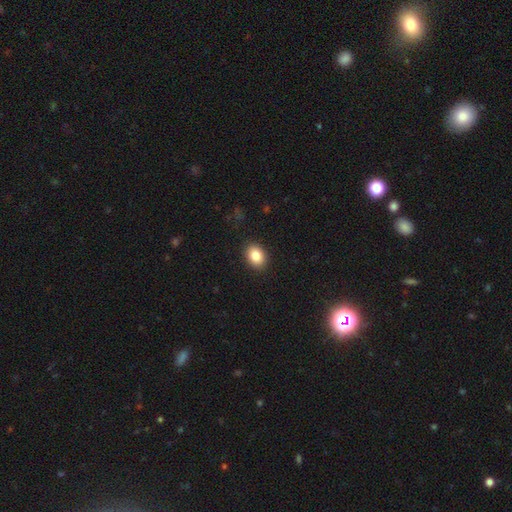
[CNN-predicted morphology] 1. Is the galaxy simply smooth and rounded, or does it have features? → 86% smooth, 8% star or artifact, 6% featured or disk.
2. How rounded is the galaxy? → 71% in between, 28% round, 1% cigar-shaped.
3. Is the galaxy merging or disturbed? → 90% none, 7% minor disturbance, 2% major disturbance, 1% merger.